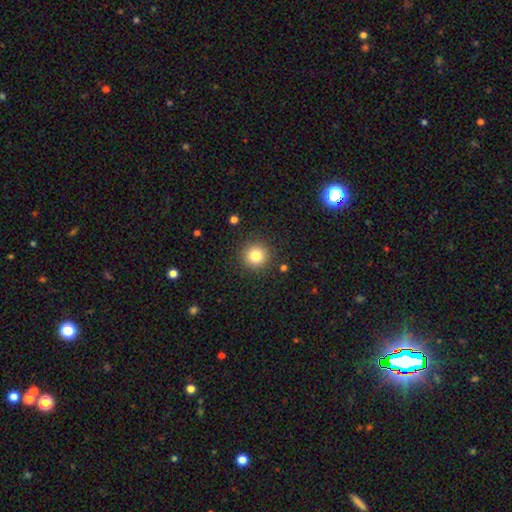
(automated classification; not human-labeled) smooth_or_featured: smooth (p=0.81) [alt: star or artifact p=0.12]
how_rounded: round (p=0.94) [alt: in between p=0.05]
merging: none (p=0.90) [alt: minor disturbance p=0.06]